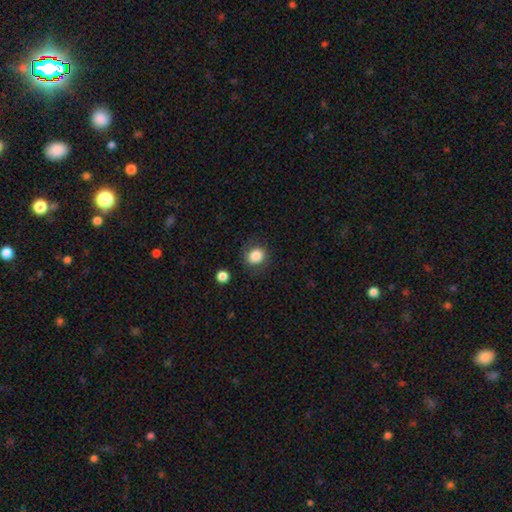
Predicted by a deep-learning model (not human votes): Smooth or featured: smooth — 84% (star or artifact — 9%)
How rounded: round — 71% (in between — 28%)
Merging: none — 81% (minor disturbance — 12%)